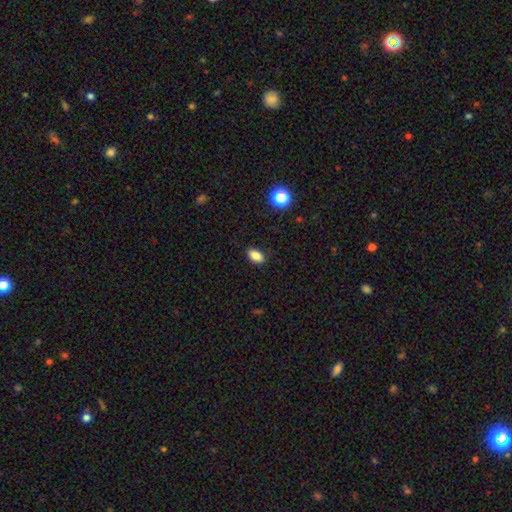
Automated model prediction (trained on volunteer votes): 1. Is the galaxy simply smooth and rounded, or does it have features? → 84% smooth, 10% star or artifact, 6% featured or disk.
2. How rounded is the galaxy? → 89% in between, 6% round, 5% cigar-shaped.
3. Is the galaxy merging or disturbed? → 88% none, 9% minor disturbance, 2% major disturbance, 1% merger.